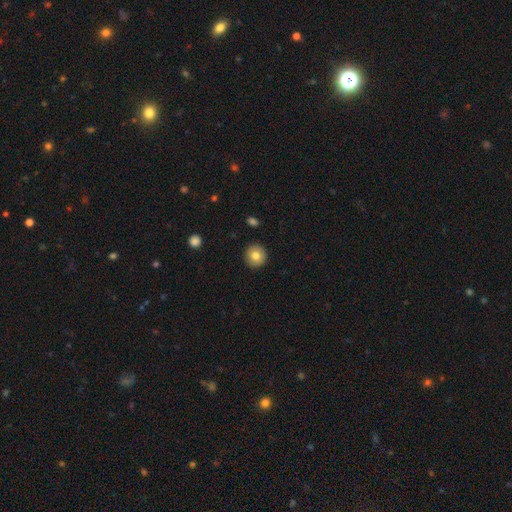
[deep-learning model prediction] Morphology: type=smooth (79%); roundness=round (95%); merging=none (92%).